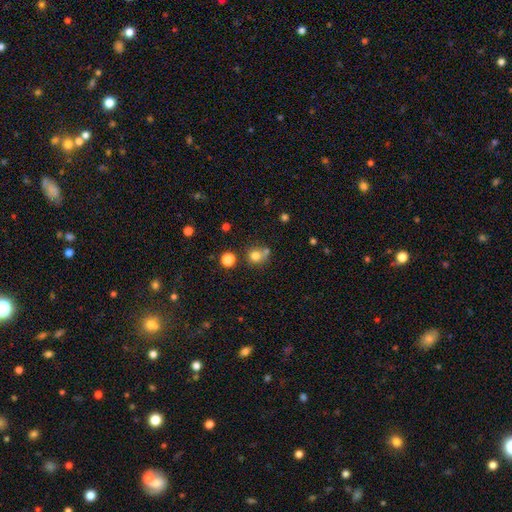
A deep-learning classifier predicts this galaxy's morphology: Smooth or featured? smooth (75%)
How rounded? round (82%)
Merging? none (53%)